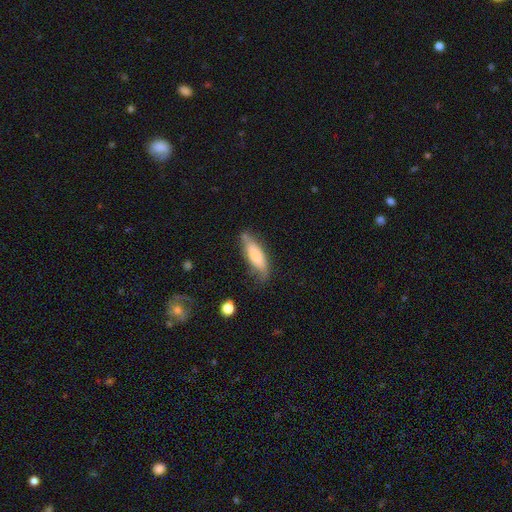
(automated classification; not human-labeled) A smooth galaxy with no disk features (69%) that is cigar-shaped (53%). Merging: none (66%).